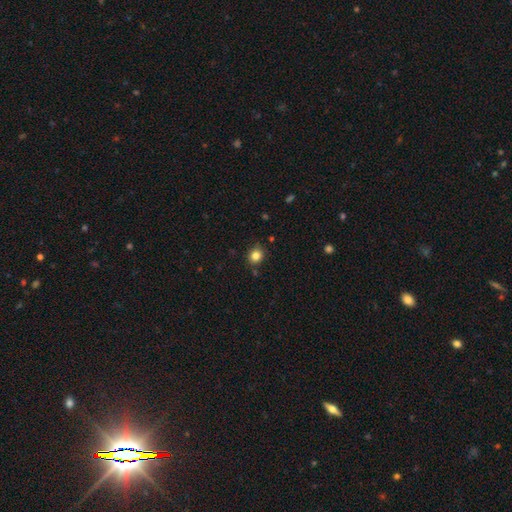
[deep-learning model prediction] Smooth or featured? smooth (83%)
How rounded? round (78%)
Merging? none (83%)